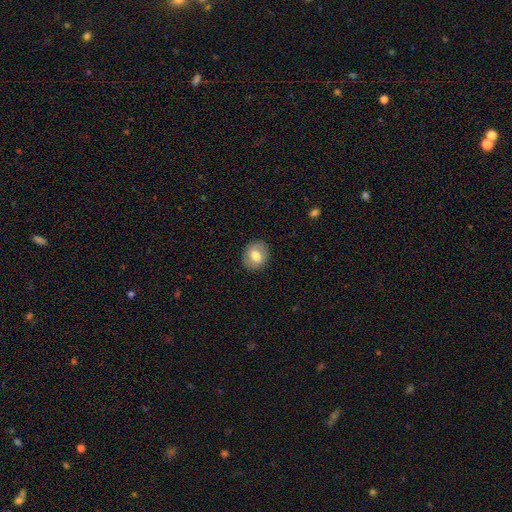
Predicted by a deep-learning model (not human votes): The model was most divided on "how rounded": round: 71%, in between: 28%, cigar-shaped: 1%. More confident: merging — none (89%); smooth or featured — smooth (70%).